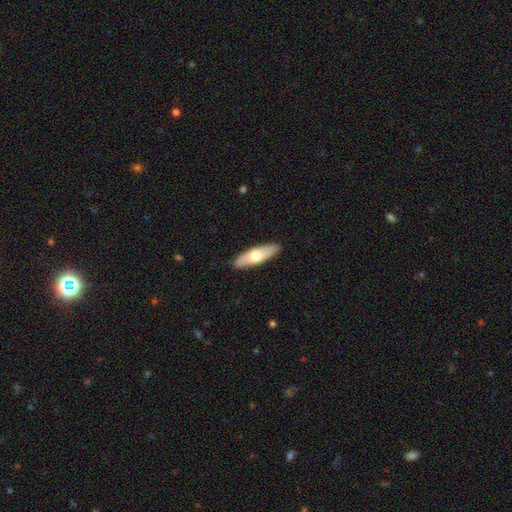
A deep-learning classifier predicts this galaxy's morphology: type=smooth (62%); roundness=cigar-shaped (55%); merging=none (90%).